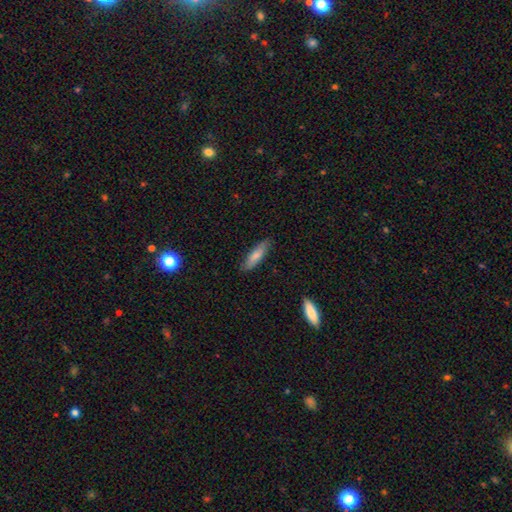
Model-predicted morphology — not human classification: Smooth or featured?
  - smooth: 76% *
  - featured or disk: 18%
  - star or artifact: 6%
How rounded?
  - cigar-shaped: 61% *
  - in between: 37%
  - round: 2%
Merging?
  - none: 84% *
  - minor disturbance: 12%
  - major disturbance: 2%
  - merger: 1%